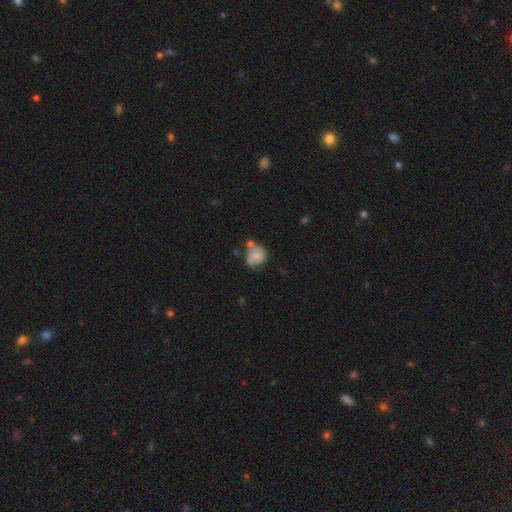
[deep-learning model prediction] Smooth or featured?
  - smooth: 66% *
  - featured or disk: 25%
  - star or artifact: 9%
How rounded?
  - round: 68% *
  - in between: 31%
  - cigar-shaped: 1%
Merging?
  - none: 41% *
  - minor disturbance: 26%
  - merger: 23%
  - major disturbance: 10%